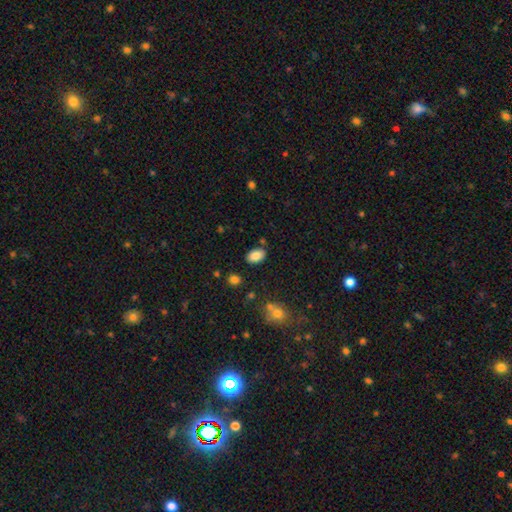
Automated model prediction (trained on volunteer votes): Morphology: type=smooth (85%); roundness=in between (89%); merging=none (83%).